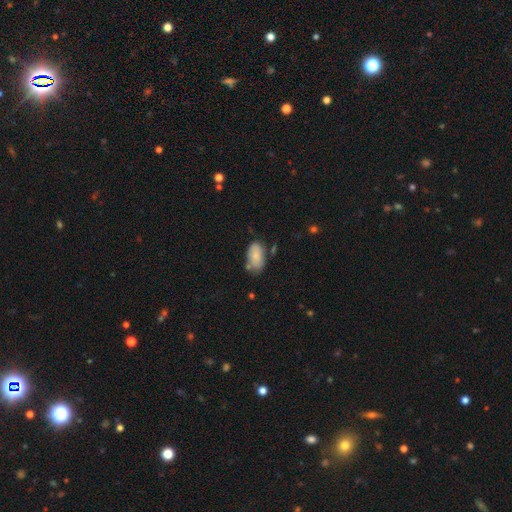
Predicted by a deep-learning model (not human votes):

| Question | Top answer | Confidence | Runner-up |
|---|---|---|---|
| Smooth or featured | smooth | 78% | featured or disk (15%) |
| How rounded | in between | 94% | round (4%) |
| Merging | none | 60% | minor disturbance (25%) |